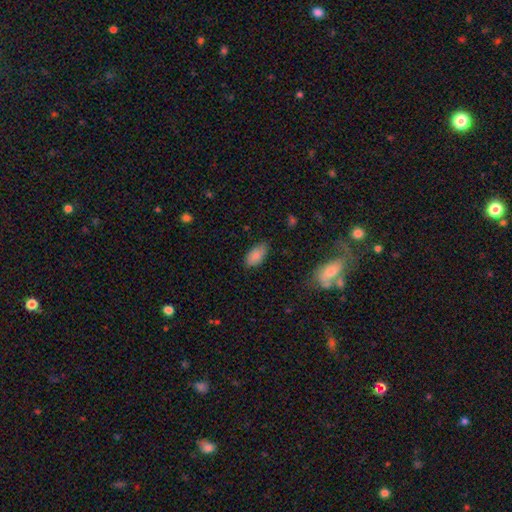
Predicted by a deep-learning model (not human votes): Overall: smooth (85%). How rounded: in between (93%). Merging: none (77%).